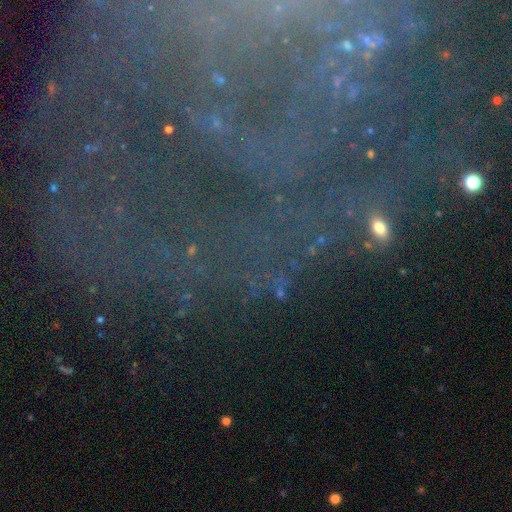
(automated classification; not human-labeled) Morphology: type=star or artifact (69%).